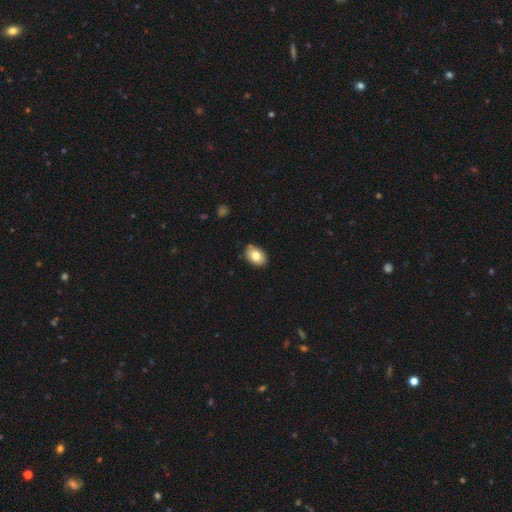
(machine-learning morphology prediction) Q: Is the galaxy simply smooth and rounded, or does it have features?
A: smooth — 81%.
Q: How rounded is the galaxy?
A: in between — 81%.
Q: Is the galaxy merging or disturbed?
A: none — 83%.